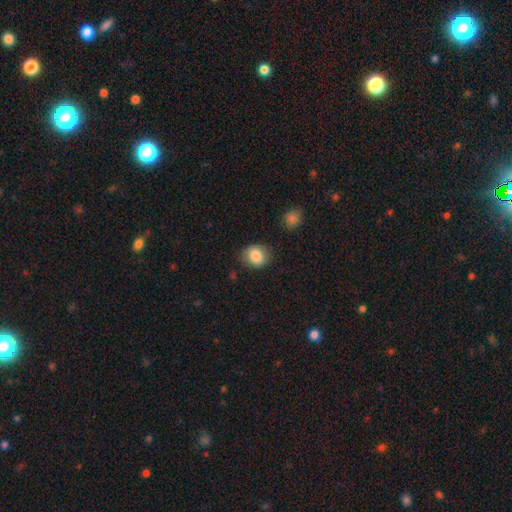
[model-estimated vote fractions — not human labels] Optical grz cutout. It shows a smooth galaxy with no disk features (86%) that is round (67%). Merging: none (78%).